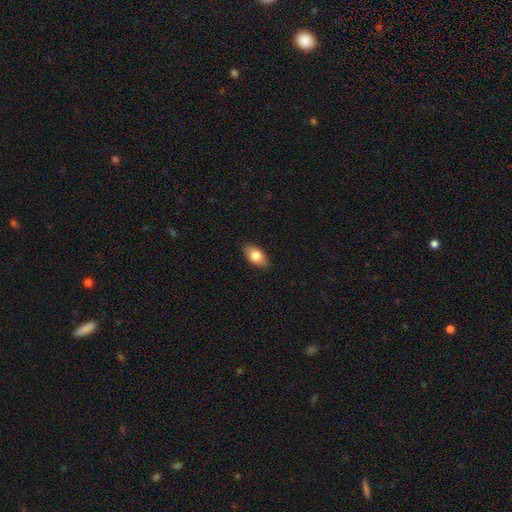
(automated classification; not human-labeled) A smooth galaxy with no disk features (81%) that is in between round and cigar-shaped (92%). Merging: none (88%).